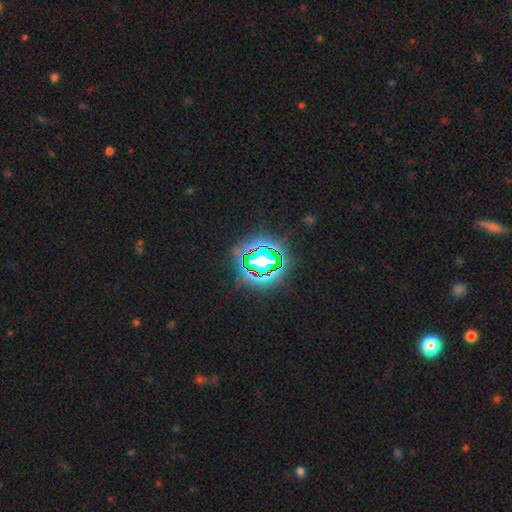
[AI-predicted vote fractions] Smooth or featured: star or artifact — 81% (smooth — 12%)